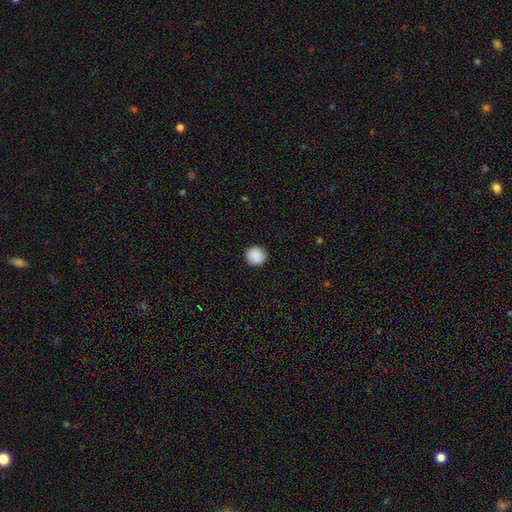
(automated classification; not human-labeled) This appears to be a smooth galaxy with no disk features (89%) that is round (94%). Merging: none (92%).